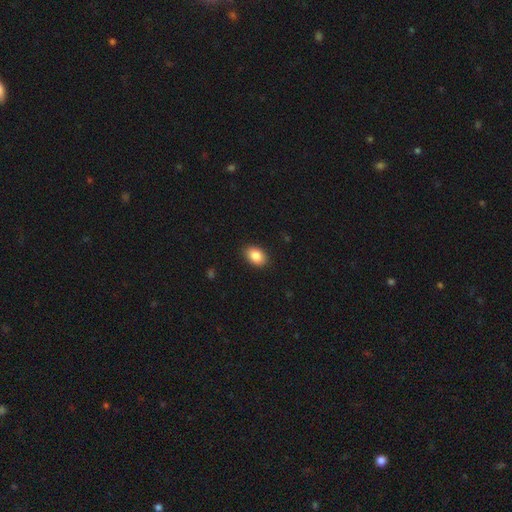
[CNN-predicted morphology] Smooth or featured?
  - smooth: 88% *
  - star or artifact: 8%
  - featured or disk: 5%
How rounded?
  - in between: 85% *
  - round: 14%
  - cigar-shaped: 1%
Merging?
  - none: 88% *
  - minor disturbance: 9%
  - major disturbance: 2%
  - merger: 1%